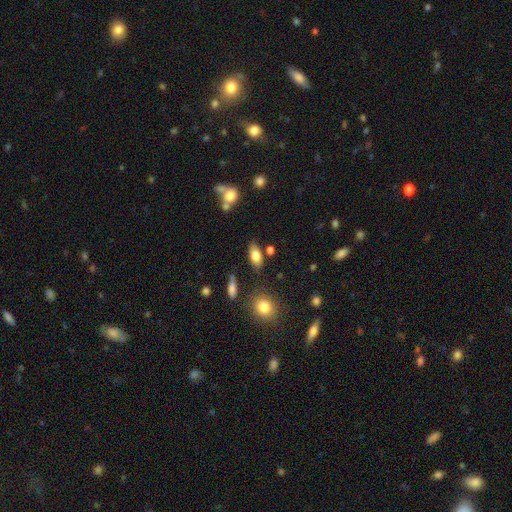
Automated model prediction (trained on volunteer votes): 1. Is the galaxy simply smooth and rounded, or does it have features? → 80% smooth, 11% featured or disk, 9% star or artifact.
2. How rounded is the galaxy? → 88% in between, 6% cigar-shaped, 6% round.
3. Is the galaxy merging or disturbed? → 76% none, 14% minor disturbance, 7% merger, 4% major disturbance.